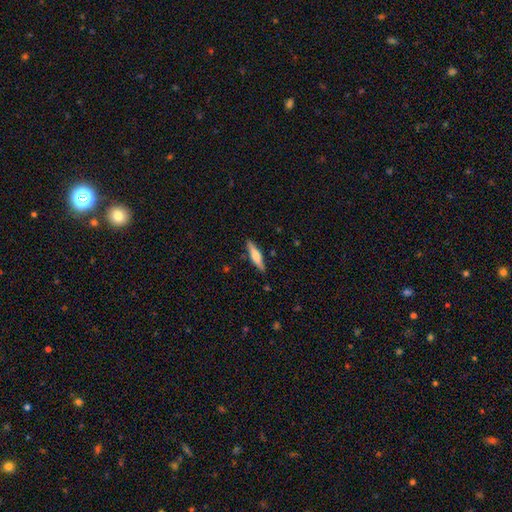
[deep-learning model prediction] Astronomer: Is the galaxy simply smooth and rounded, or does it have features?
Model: smooth — 54% (runner-up: featured or disk, 40%).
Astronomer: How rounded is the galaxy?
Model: cigar-shaped — 78%.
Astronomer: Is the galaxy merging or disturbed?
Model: none — 87%.